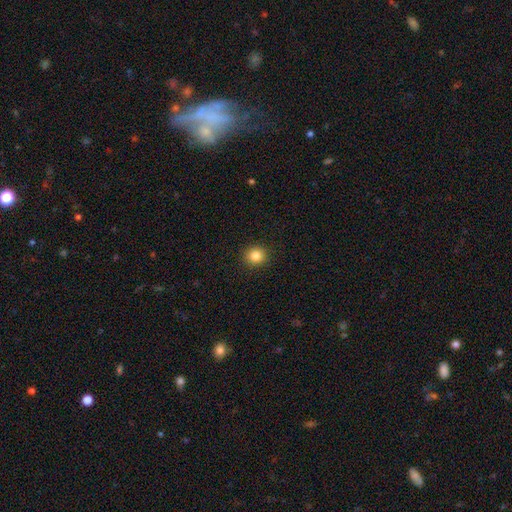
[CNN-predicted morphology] The model was most divided on "smooth or featured": smooth: 84%, star or artifact: 11%, featured or disk: 5%. More confident: merging — none (92%); how rounded — round (90%).